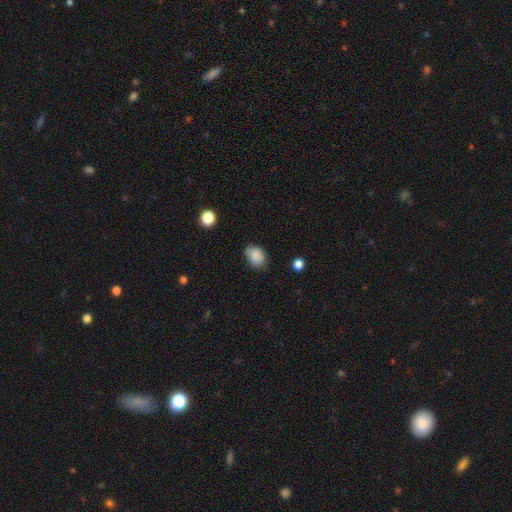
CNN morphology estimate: smooth 87%, star or artifact 8%, featured or disk 5%. Down the decision tree: how rounded — in between (65%); merging — none (71%).